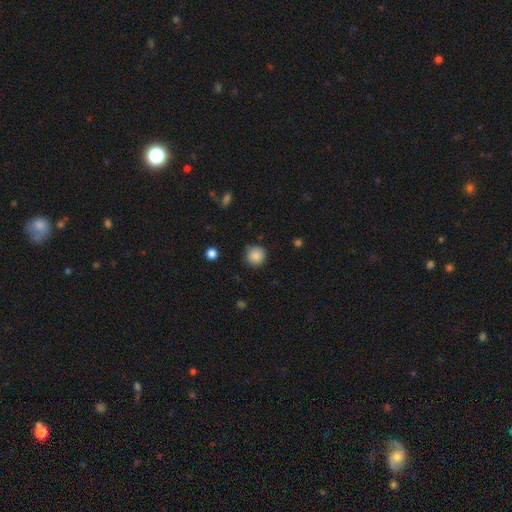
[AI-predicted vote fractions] Overall: smooth (86%). How rounded: round (93%). Merging: none (83%).